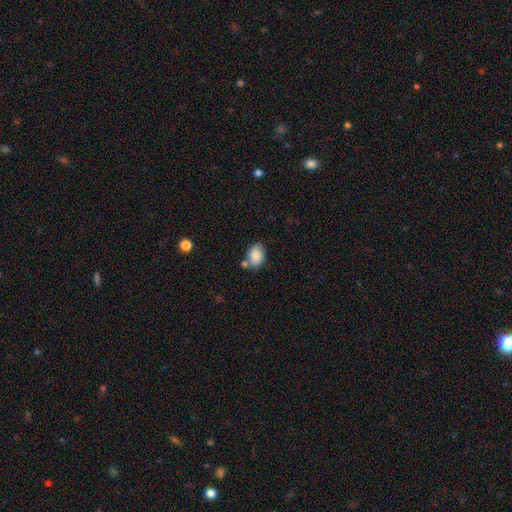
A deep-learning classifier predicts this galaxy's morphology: A smooth galaxy with no disk features (85%) that is in between round and cigar-shaped (75%).

Vote fractions:
- Smooth or featured? smooth: 85% / star or artifact: 8% / featured or disk: 7%
- How rounded? in between: 75% / round: 23% / cigar-shaped: 1%
- Merging? none: 59% / merger: 18% / minor disturbance: 18% / major disturbance: 5%